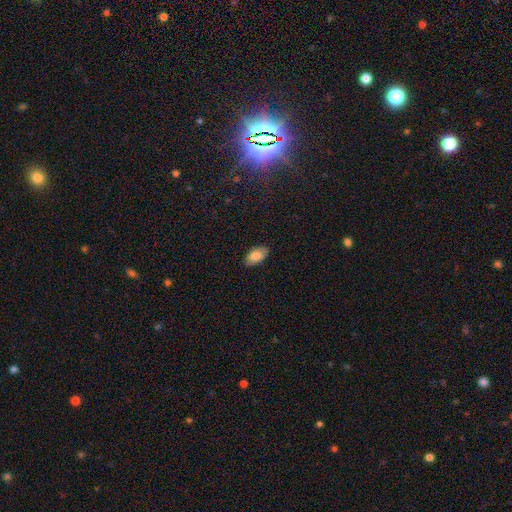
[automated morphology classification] Smooth or featured? Predicted: smooth (p=0.79). How rounded? Predicted: in between (p=0.94). Merging? Predicted: none (p=0.81).